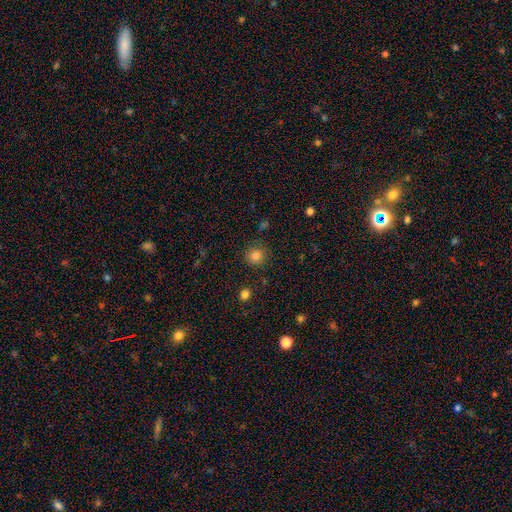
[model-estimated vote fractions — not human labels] A smooth galaxy with no disk features (83%) that is round (91%). Merging: none (85%).